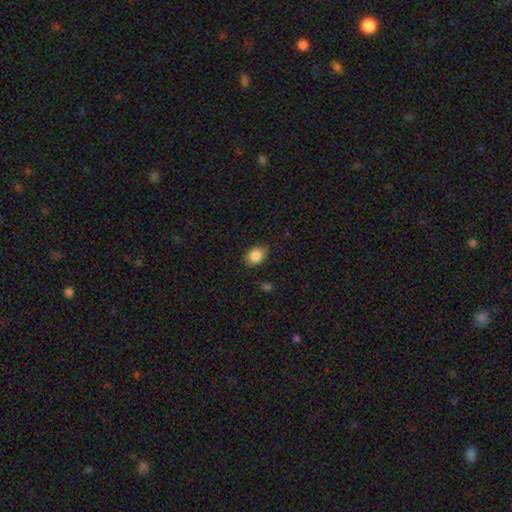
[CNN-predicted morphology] A smooth galaxy with no disk features (86%) that is in between round and cigar-shaped (74%). Merging: none (83%).